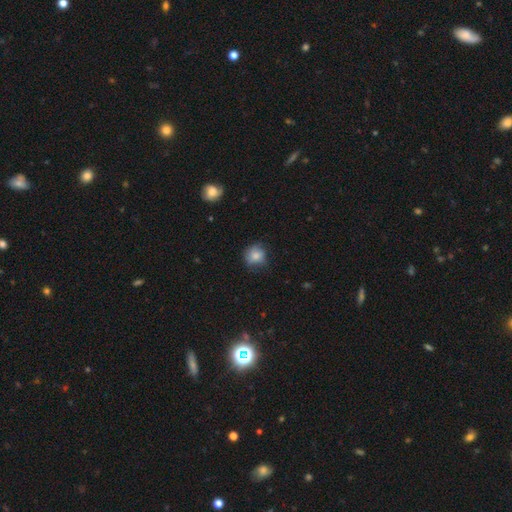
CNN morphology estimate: A smooth galaxy with no disk features (75%) that is round (79%). Merging: none (65%).